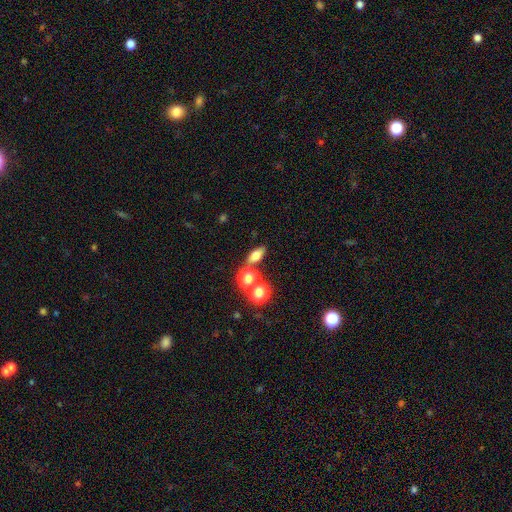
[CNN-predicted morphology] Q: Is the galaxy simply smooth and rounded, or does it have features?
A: smooth — 64%.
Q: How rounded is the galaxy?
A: in between — 61%.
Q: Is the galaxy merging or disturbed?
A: none — 75%.